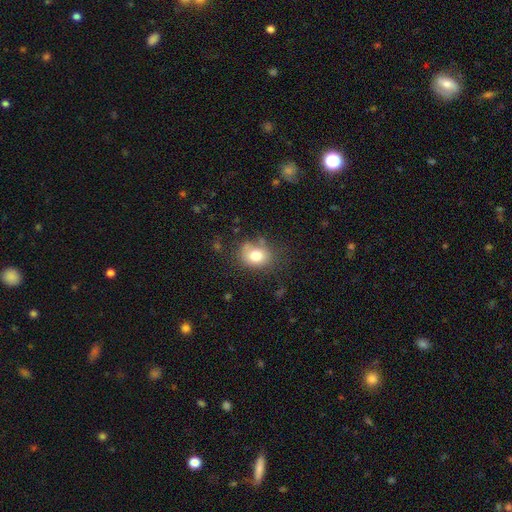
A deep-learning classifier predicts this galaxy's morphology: type=smooth (79%); roundness=round (51%); merging=none (64%).